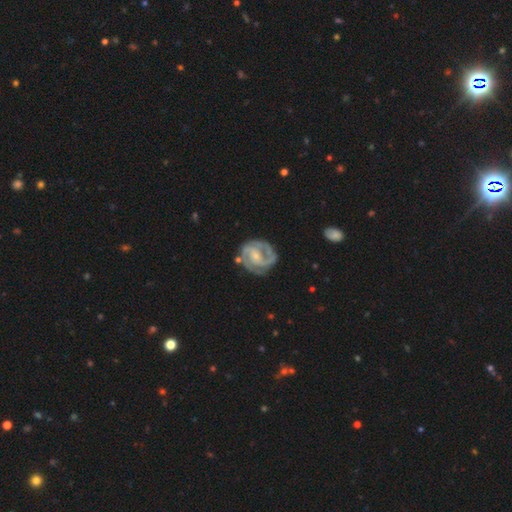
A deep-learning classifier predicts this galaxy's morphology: featured or disk 90%, smooth 6%, star or artifact 4%. Down the decision tree: edge-on disk — no (98%); bar — no (45%); spiral arms — yes (97%); spiral arm count — 2 (70%); spiral winding — tight (53%); bulge size — small (69%); merging — none (71%).